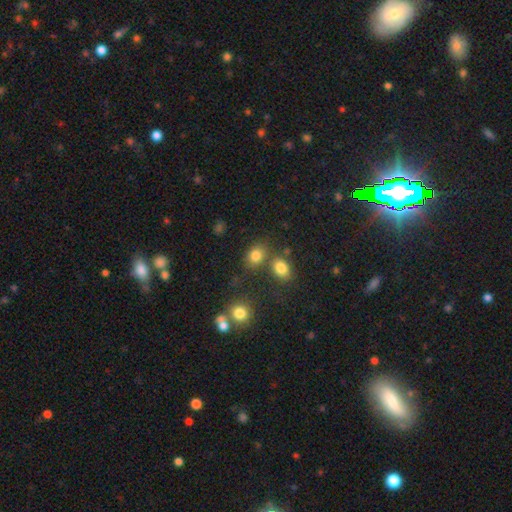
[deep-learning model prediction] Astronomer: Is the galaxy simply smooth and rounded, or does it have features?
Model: smooth — 81%.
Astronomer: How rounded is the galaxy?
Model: in between — 57% (runner-up: round, 41%).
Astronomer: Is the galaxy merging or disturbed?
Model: none — 64%.